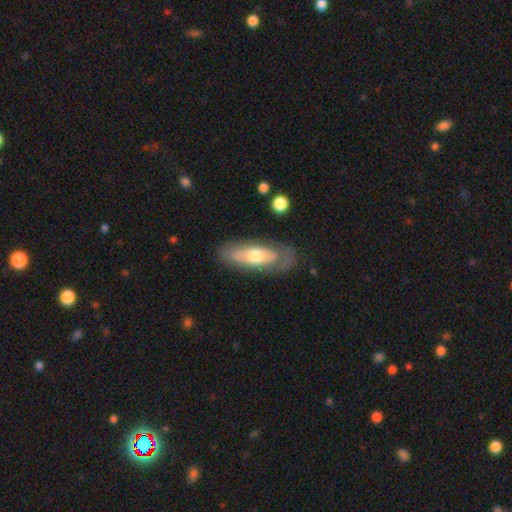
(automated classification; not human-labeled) smooth-or-featured: smooth: 51% | featured or disk: 43% | star or artifact: 6%
  how-rounded: in between: 66% | cigar-shaped: 31% | round: 3%
  merging: none: 70% | minor disturbance: 20% | major disturbance: 8% | merger: 2%